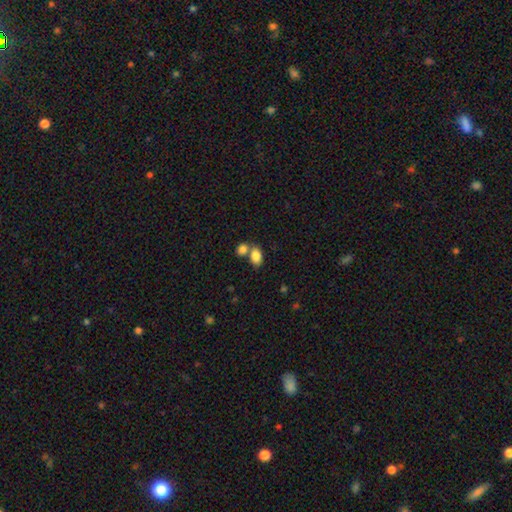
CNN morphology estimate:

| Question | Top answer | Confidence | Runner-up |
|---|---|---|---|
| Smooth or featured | smooth | 84% | star or artifact (8%) |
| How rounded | in between | 84% | round (14%) |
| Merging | none | 44% | merger (43%) |